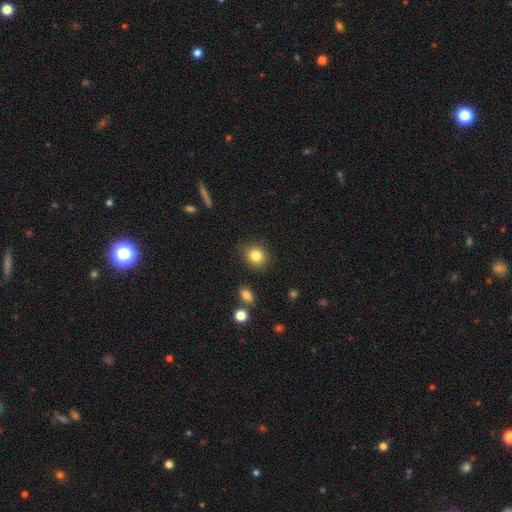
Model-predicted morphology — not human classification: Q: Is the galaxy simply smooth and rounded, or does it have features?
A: smooth — 84%.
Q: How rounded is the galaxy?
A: round — 75%.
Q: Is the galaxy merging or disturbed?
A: none — 85%.